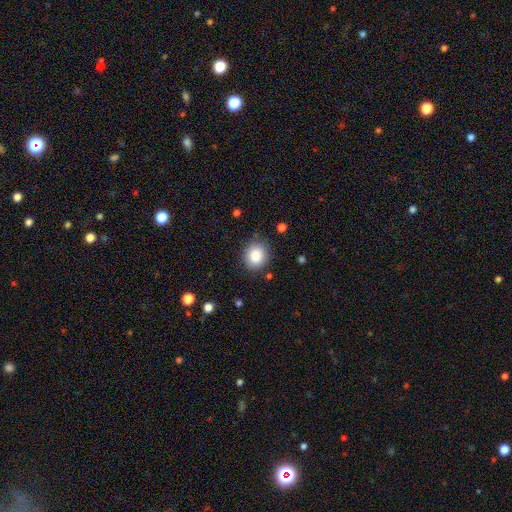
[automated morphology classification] Q: Smooth or featured?
A: smooth (86%); runner-up: star or artifact (9%)
Q: How rounded?
A: round (74%); runner-up: in between (25%)
Q: Merging?
A: none (85%); runner-up: minor disturbance (10%)